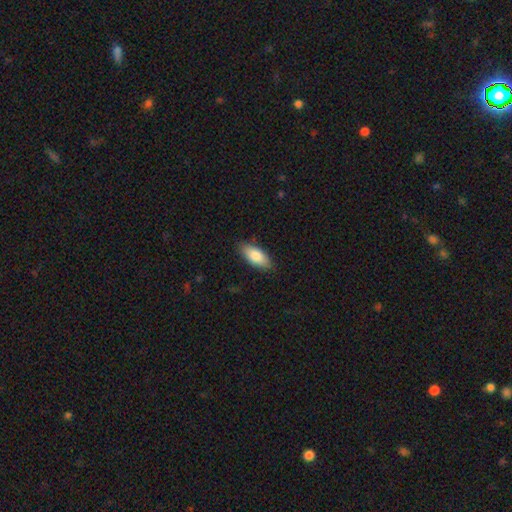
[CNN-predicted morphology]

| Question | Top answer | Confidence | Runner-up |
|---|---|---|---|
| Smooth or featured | smooth | 82% | featured or disk (12%) |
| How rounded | in between | 86% | cigar-shaped (12%) |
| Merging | none | 85% | minor disturbance (11%) |